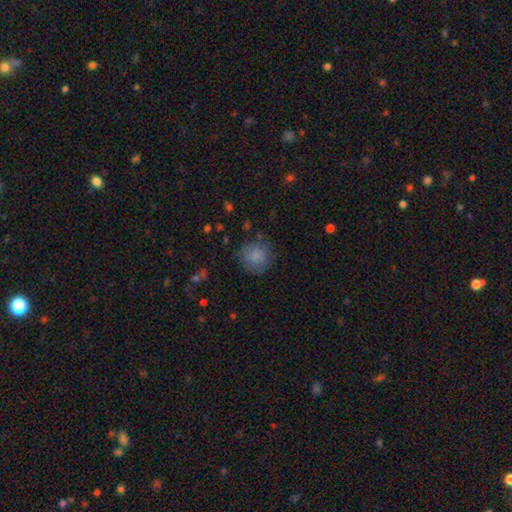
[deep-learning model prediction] Overall: smooth (80%). How rounded: round (88%). Merging: none (76%).